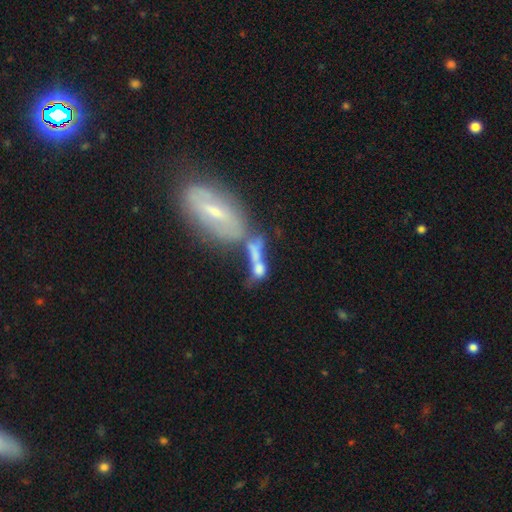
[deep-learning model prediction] A smooth galaxy with no disk features (45%).

Vote fractions:
- Smooth or featured? smooth: 45% / featured or disk: 43% / star or artifact: 13%
- Merging? merger: 52% / none: 21% / major disturbance: 16% / minor disturbance: 11%